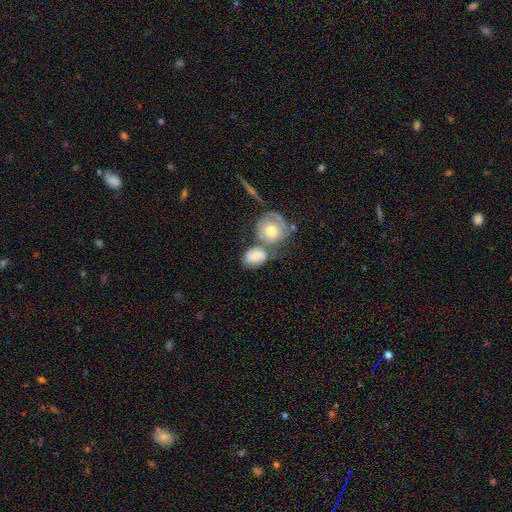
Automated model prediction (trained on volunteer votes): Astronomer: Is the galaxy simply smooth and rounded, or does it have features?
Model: smooth — 62%.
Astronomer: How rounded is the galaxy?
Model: in between — 62% (runner-up: round, 37%).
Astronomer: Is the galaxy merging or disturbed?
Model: merger — 44% (runner-up: none, 33%).